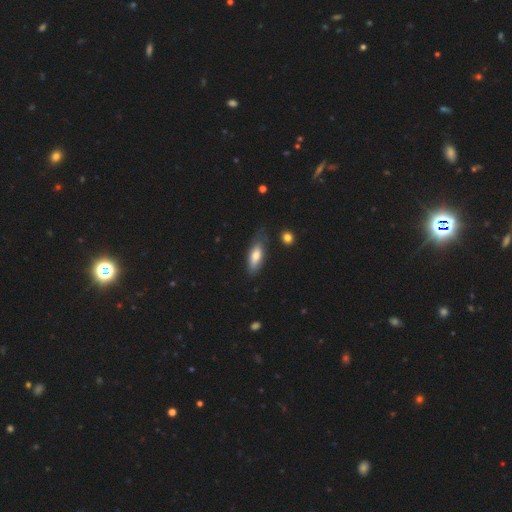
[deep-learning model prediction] Smooth or featured? Predicted: smooth (p=0.73). How rounded? Predicted: in between (p=0.65). Merging? Predicted: none (p=0.65).